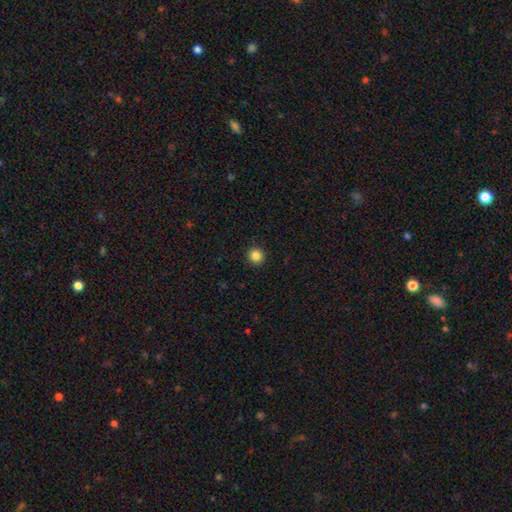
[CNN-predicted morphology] type=smooth (85%); roundness=round (93%); merging=none (92%).